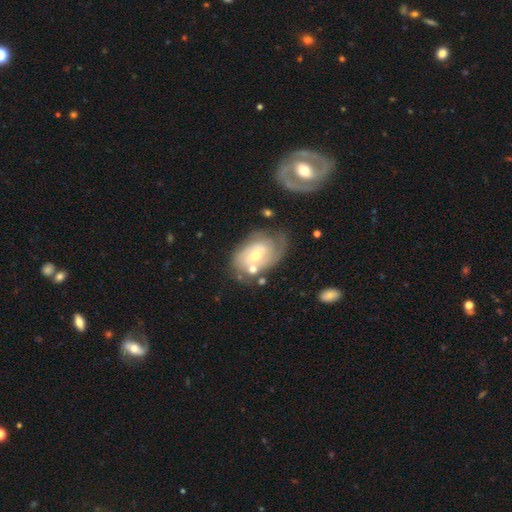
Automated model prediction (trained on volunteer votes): smooth-or-featured: featured or disk: 73% | smooth: 21% | star or artifact: 6%
  disk-edge-on: no: 95% | yes: 5%
    bar: no: 56% | weak: 35% | strong: 8%
    has-spiral-arms: yes: 83% | no: 17%
      spiral-winding: tight: 58% | medium: 31% | loose: 12%
      spiral-arm-count: 2: 37% | can't tell: 36% | 1: 13% | 3: 9% | 4: 3% | more than 4: 2%
    bulge-size: moderate: 57% | small: 38% | large: 3% | none: 1% | dominant: 1%
  merging: none: 50% | minor disturbance: 24% | major disturbance: 14% | merger: 12%